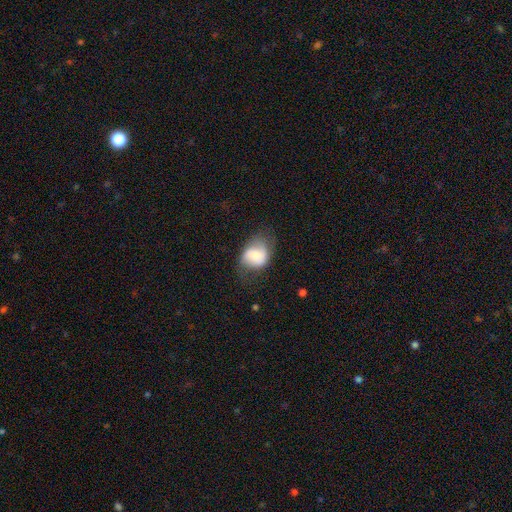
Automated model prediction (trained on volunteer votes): A smooth galaxy with no disk features (59%) that is in between round and cigar-shaped (57%).

Vote fractions:
- Smooth or featured? smooth: 59% / featured or disk: 33% / star or artifact: 8%
- How rounded? in between: 57% / round: 42% / cigar-shaped: 1%
- Merging? none: 51% / minor disturbance: 31% / major disturbance: 17% / merger: 2%